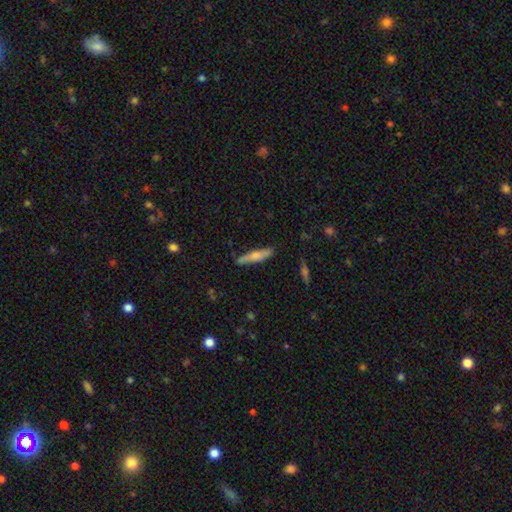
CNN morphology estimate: Smooth or featured?
  - smooth: 65% *
  - featured or disk: 29%
  - star or artifact: 6%
How rounded?
  - cigar-shaped: 84% *
  - in between: 14%
  - round: 2%
Merging?
  - none: 84% *
  - minor disturbance: 12%
  - major disturbance: 2%
  - merger: 2%